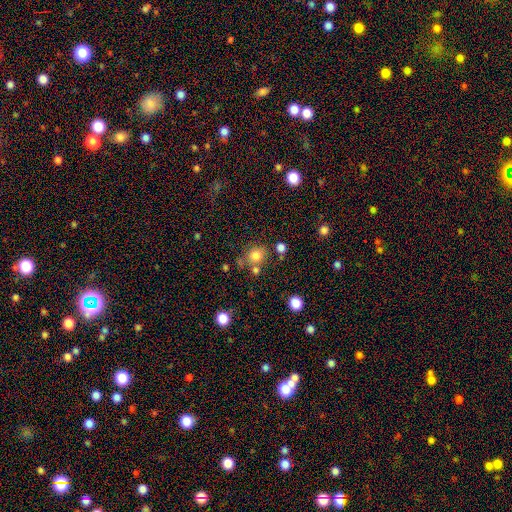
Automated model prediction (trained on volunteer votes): Morphology: type=smooth (80%); roundness=round (80%); merging=none (68%).